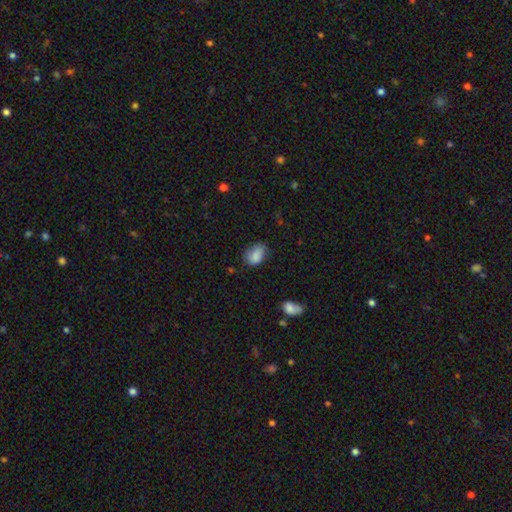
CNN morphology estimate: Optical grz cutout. It shows a smooth galaxy with no disk features (84%) that is in between round and cigar-shaped (80%). Merging: none (59%).